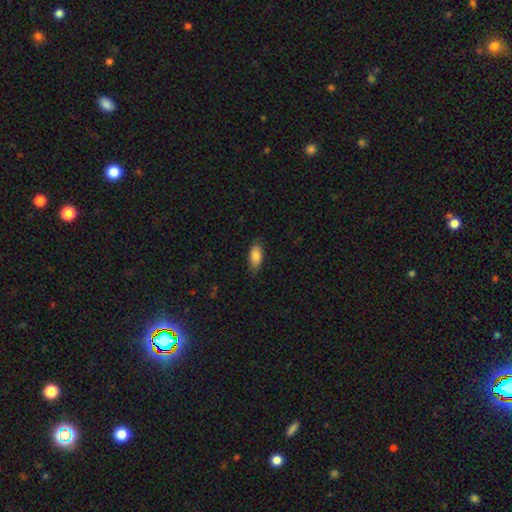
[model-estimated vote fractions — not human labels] Smooth or featured? Predicted: smooth (p=0.84). How rounded? Predicted: in between (p=0.88). Merging? Predicted: none (p=0.74).